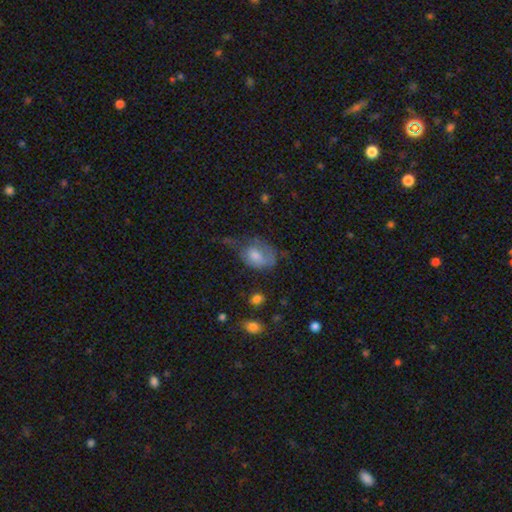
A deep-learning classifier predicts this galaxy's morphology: smooth_or_featured: smooth (p=0.60) [alt: featured or disk p=0.30]
how_rounded: in between (p=0.75) [alt: round p=0.24]
merging: minor disturbance (p=0.33) [alt: none p=0.32]